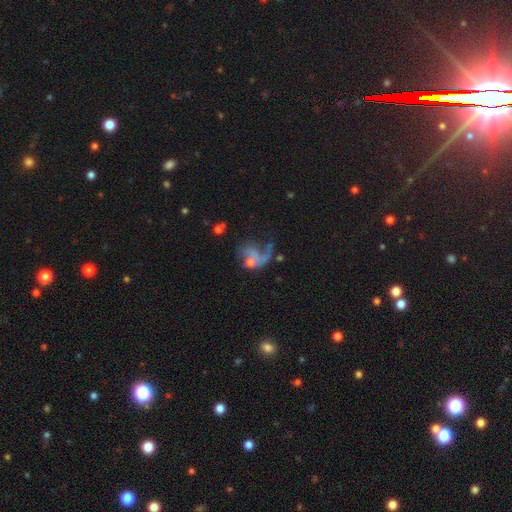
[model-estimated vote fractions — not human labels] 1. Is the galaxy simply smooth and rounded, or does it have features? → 58% featured or disk, 29% smooth, 13% star or artifact.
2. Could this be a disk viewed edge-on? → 97% no, 3% yes.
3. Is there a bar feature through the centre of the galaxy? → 82% no, 15% weak, 3% strong.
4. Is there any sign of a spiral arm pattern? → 58% yes, 42% no.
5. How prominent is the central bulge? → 44% small, 28% moderate, 23% none, 4% large, 2% dominant.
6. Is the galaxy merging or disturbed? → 51% major disturbance, 23% none, 14% minor disturbance, 12% merger.